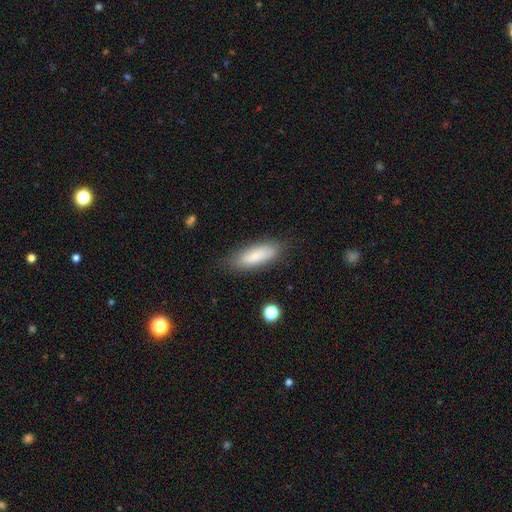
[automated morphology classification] smooth_or_featured: smooth (p=0.80) [alt: featured or disk p=0.13]
how_rounded: in between (p=0.54) [alt: cigar-shaped p=0.44]
merging: none (p=0.82) [alt: minor disturbance p=0.13]